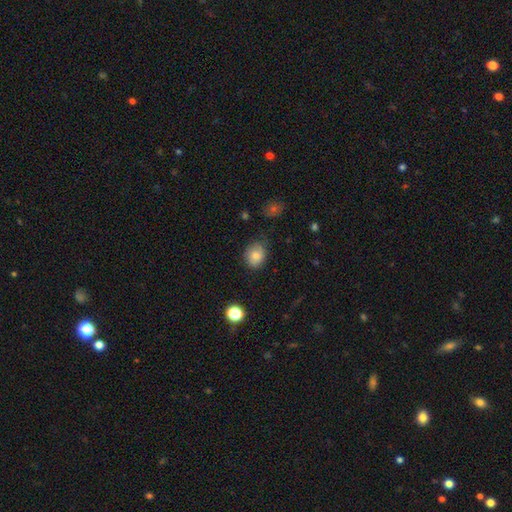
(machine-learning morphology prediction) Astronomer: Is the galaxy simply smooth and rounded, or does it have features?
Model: smooth — 78%.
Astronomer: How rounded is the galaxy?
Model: round — 57% (runner-up: in between, 43%).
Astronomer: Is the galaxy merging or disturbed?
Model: none — 75%.